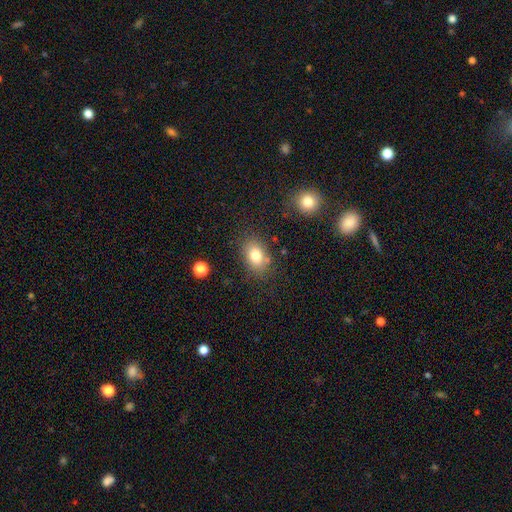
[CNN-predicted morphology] A smooth galaxy with no disk features (80%) that is in between round and cigar-shaped (74%). Merging: none (77%).